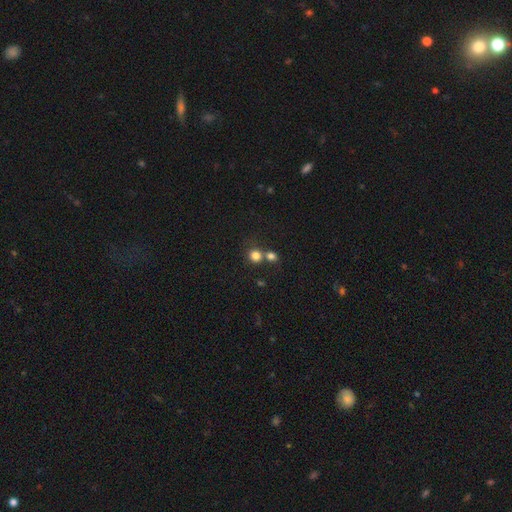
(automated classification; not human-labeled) A smooth galaxy with no disk features (81%) that is round (84%).

Vote fractions:
- Smooth or featured? smooth: 81% / star or artifact: 13% / featured or disk: 7%
- How rounded? round: 84% / in between: 15% / cigar-shaped: 1%
- Merging? none: 51% / merger: 38% / minor disturbance: 7% / major disturbance: 3%